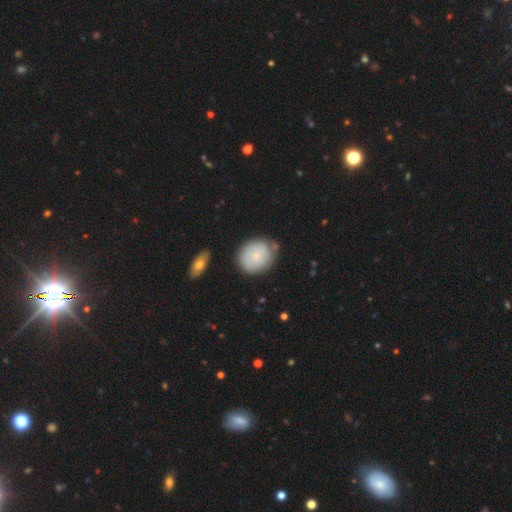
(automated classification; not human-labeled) Smooth or featured?
  - smooth: 76% *
  - featured or disk: 18%
  - star or artifact: 7%
How rounded?
  - round: 73% *
  - in between: 26%
  - cigar-shaped: 1%
Merging?
  - none: 70% *
  - minor disturbance: 19%
  - merger: 7%
  - major disturbance: 5%